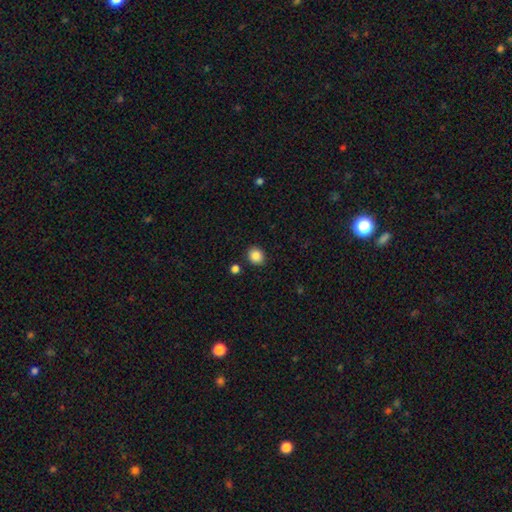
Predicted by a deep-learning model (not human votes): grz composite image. It shows a smooth galaxy with no disk features (87%) that is round (75%). Merging: none (88%).